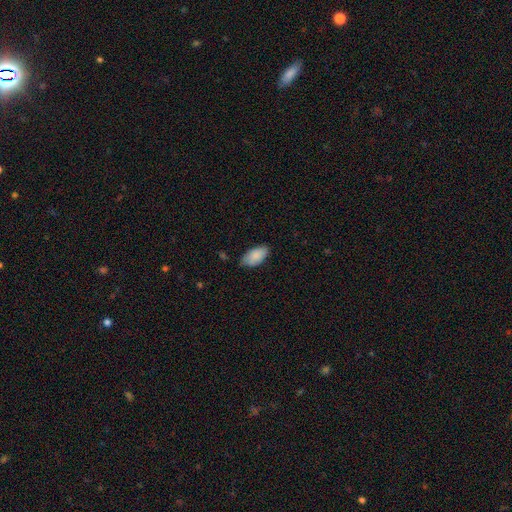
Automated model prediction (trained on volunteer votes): The model was most divided on "merging": none: 70%, minor disturbance: 24%, major disturbance: 4%, merger: 1%. More confident: how rounded — in between (95%); smooth or featured — smooth (87%).